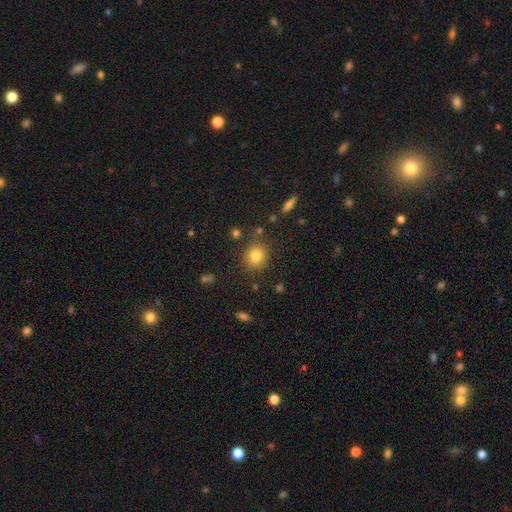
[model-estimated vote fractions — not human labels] A smooth galaxy with no disk features (82%) that is round (77%). Merging: none (83%).